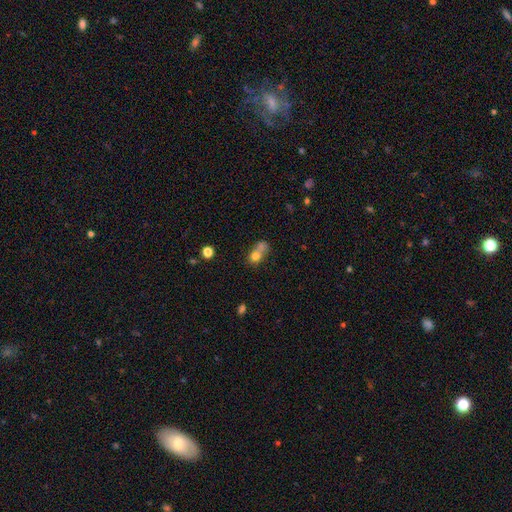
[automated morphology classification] smooth 72%, featured or disk 16%, star or artifact 12%. Down the decision tree: how rounded — round (58%); merging — merger (57%).